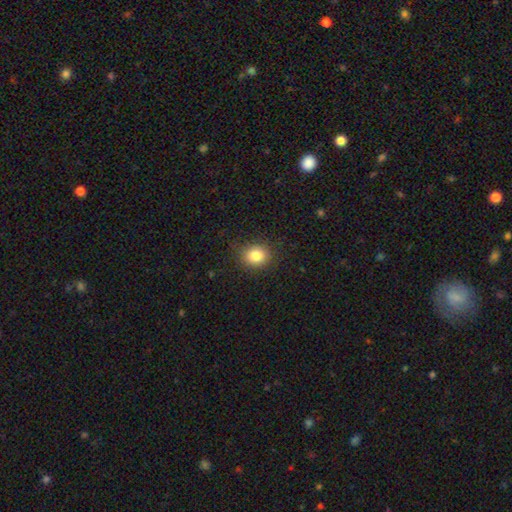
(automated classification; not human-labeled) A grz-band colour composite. It shows a smooth galaxy with no disk features (84%) that is round (70%). Merging: none (86%).